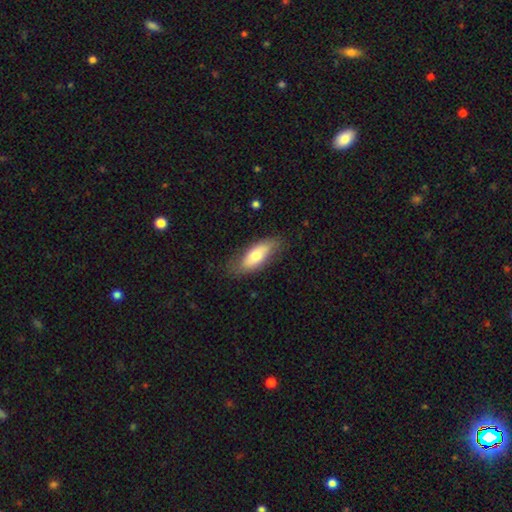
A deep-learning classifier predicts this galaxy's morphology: type=smooth (68%); roundness=in between (74%); merging=none (76%).